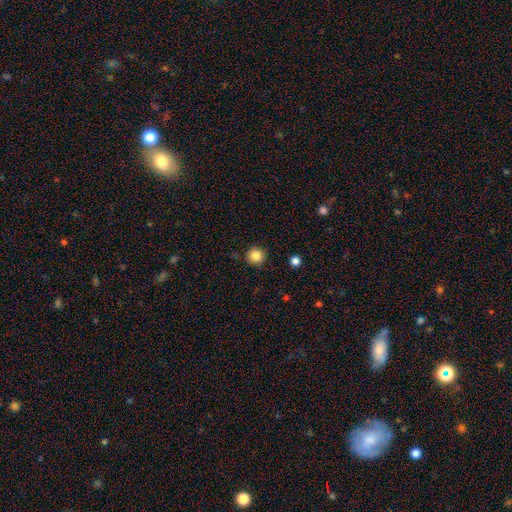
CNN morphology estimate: A smooth galaxy with no disk features (85%) that is round (94%). Merging: none (91%).